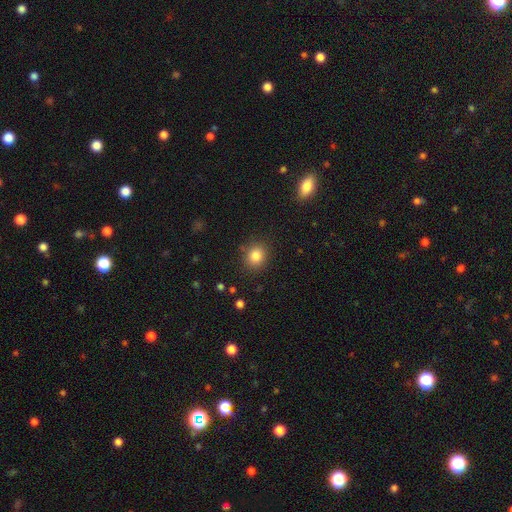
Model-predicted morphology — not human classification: A smooth galaxy with no disk features (83%) that is round (74%).

Vote fractions:
- Smooth or featured? smooth: 83% / star or artifact: 11% / featured or disk: 6%
- How rounded? round: 74% / in between: 25% / cigar-shaped: 1%
- Merging? none: 86% / minor disturbance: 9% / major disturbance: 3% / merger: 2%